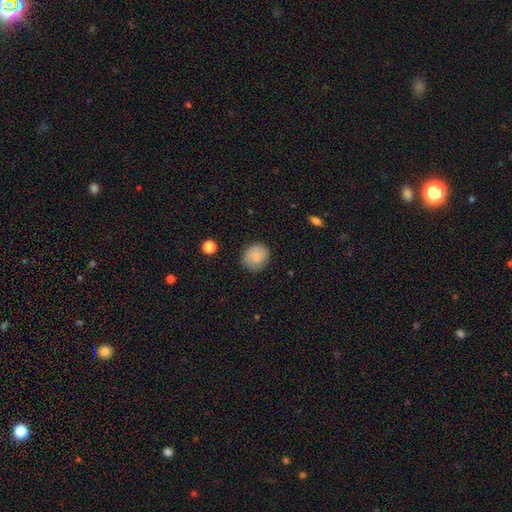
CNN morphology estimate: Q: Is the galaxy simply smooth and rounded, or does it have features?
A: smooth — 72%.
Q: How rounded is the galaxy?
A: round — 80%.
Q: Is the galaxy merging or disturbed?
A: none — 81%.